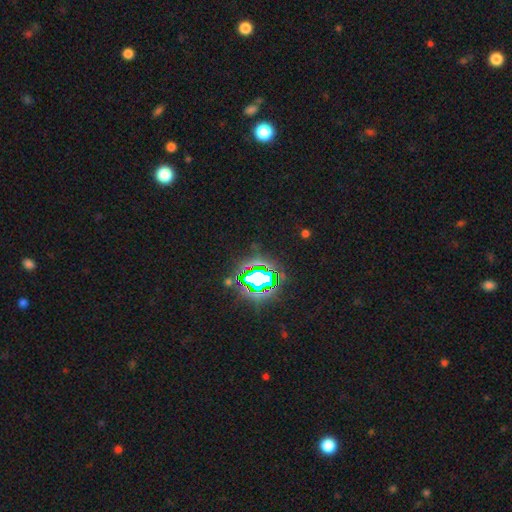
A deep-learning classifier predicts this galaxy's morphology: type=star or artifact (82%).